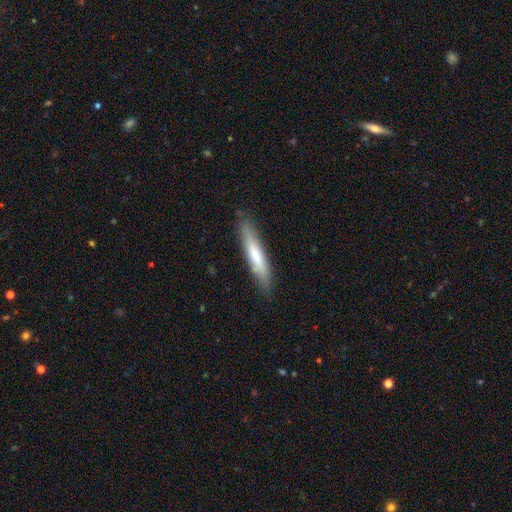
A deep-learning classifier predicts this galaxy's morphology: This appears to be a smooth galaxy with no disk features (61%) that is cigar-shaped (87%). Merging: none (84%).